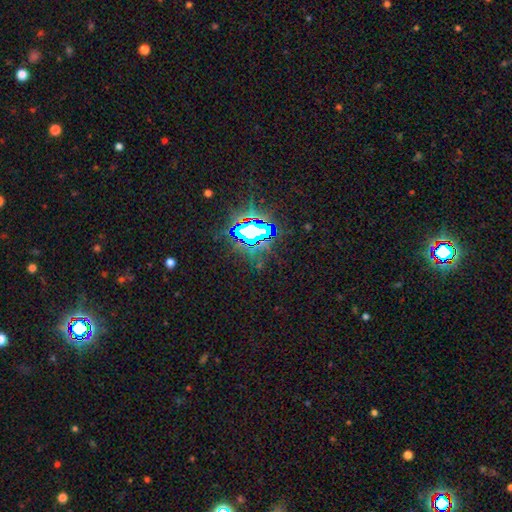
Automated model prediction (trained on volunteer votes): A star or artifact, not a galaxy (80%).

Vote fractions:
- Smooth or featured? star or artifact: 80% / smooth: 12% / featured or disk: 8%